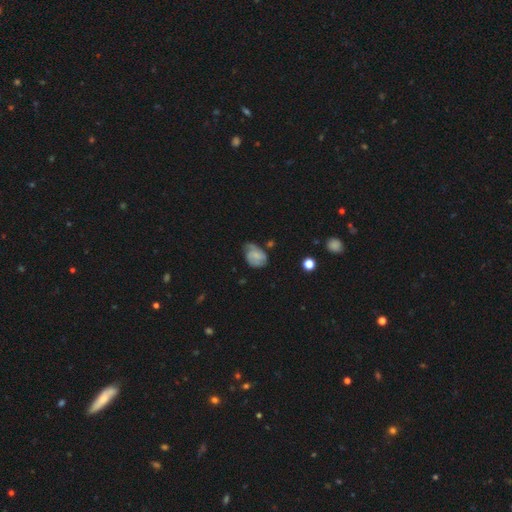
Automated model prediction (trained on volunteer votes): A featured or disk galaxy (50%).

Vote fractions:
- Smooth or featured? featured or disk: 50% / smooth: 42% / star or artifact: 8%
- Edge-on disk? no: 97% / yes: 3%
- Merging? none: 44% / minor disturbance: 37% / major disturbance: 16% / merger: 4%